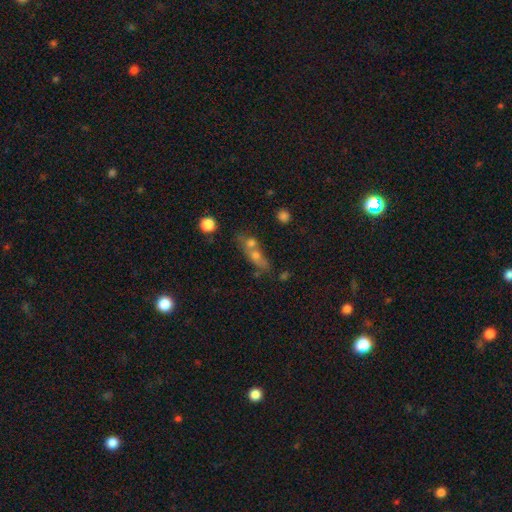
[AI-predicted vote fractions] Smooth or featured? smooth (57%)
How rounded? in between (50%)
Merging? merger (47%)